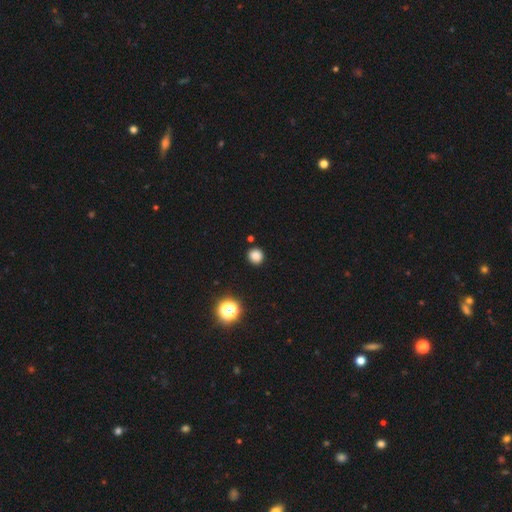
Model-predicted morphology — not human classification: The model was most divided on "smooth or featured": smooth: 82%, star or artifact: 14%, featured or disk: 3%. More confident: how rounded — round (91%); merging — none (90%).